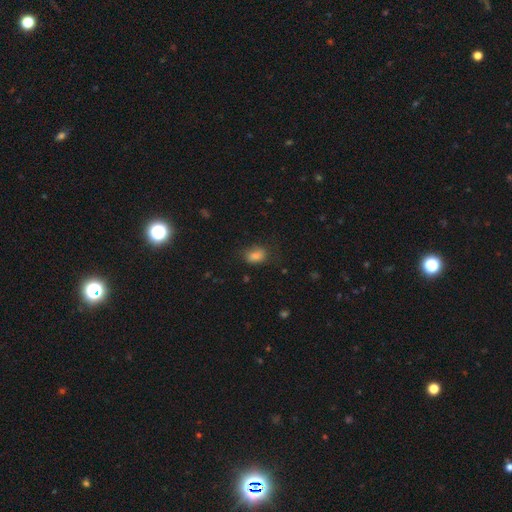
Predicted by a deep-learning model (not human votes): Q: Smooth or featured?
A: smooth (84%); runner-up: star or artifact (10%)
Q: How rounded?
A: in between (75%); runner-up: round (23%)
Q: Merging?
A: none (67%); runner-up: minor disturbance (23%)